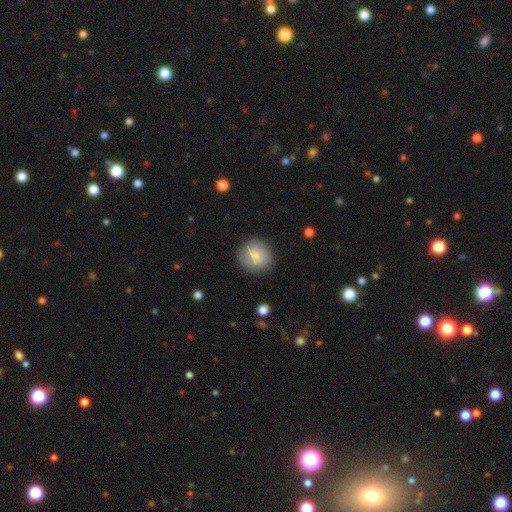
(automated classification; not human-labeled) Morphology: type=smooth (68%); roundness=round (81%); merging=none (80%).